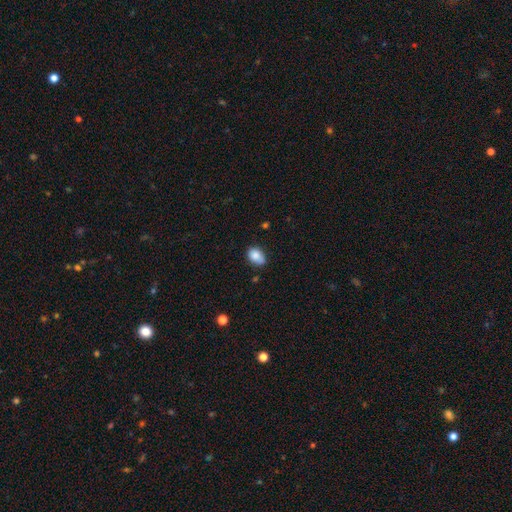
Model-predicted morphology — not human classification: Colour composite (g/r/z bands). It shows a smooth galaxy with no disk features (84%) that is in between round and cigar-shaped (78%). Merging: none (62%).